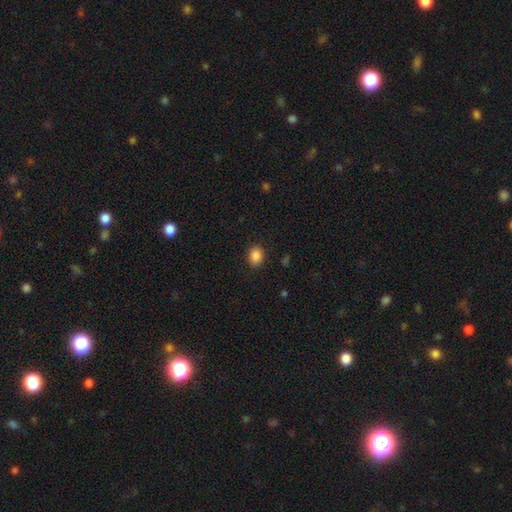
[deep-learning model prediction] Smooth or featured? smooth (88%)
How rounded? in between (57%)
Merging? none (89%)